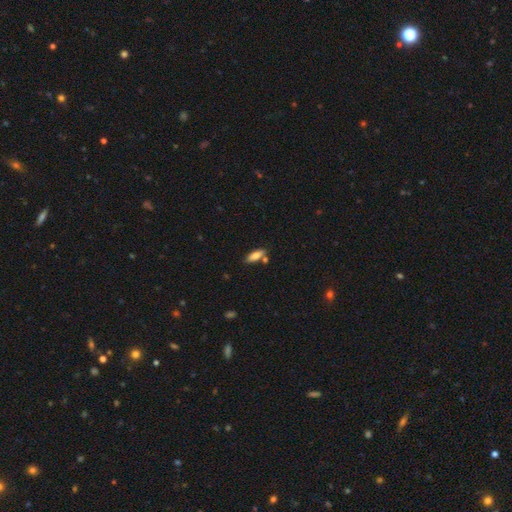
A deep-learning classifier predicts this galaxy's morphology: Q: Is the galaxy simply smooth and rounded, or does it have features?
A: smooth — 78%.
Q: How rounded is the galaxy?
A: in between — 65%.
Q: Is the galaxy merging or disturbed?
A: none — 72%.